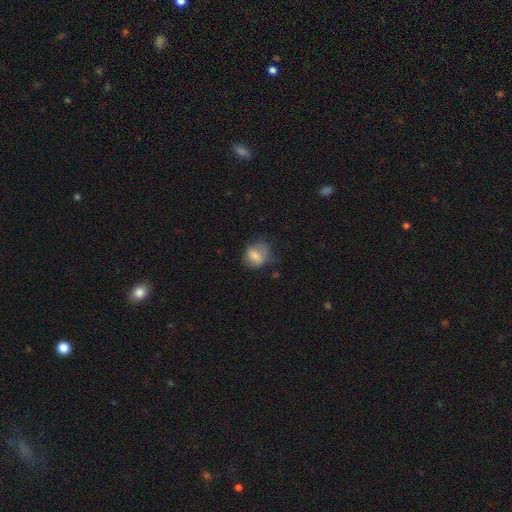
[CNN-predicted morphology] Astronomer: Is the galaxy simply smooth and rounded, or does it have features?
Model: smooth — 75%.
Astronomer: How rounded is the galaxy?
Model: round — 56% (runner-up: in between, 42%).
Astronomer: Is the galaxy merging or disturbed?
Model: none — 54% (runner-up: minor disturbance, 31%).